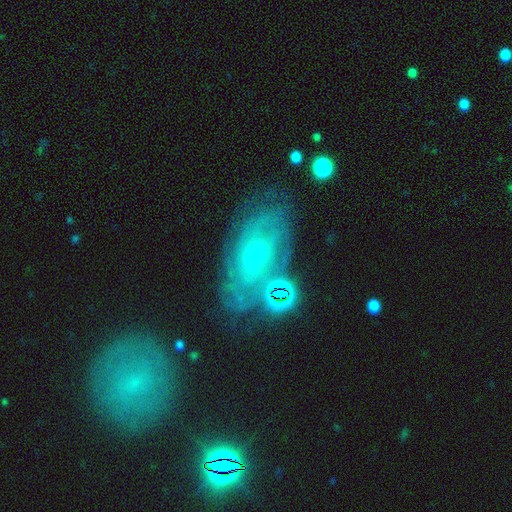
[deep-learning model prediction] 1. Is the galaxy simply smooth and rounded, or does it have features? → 71% featured or disk, 18% smooth, 11% star or artifact.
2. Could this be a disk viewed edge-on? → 91% no, 9% yes.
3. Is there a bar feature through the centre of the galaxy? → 71% no, 23% weak, 6% strong.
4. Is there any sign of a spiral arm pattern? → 76% yes, 24% no.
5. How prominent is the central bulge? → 76% small, 20% moderate, 1% none, 1% large, 1% dominant.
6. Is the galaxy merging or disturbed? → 68% none, 18% minor disturbance, 8% major disturbance, 6% merger.